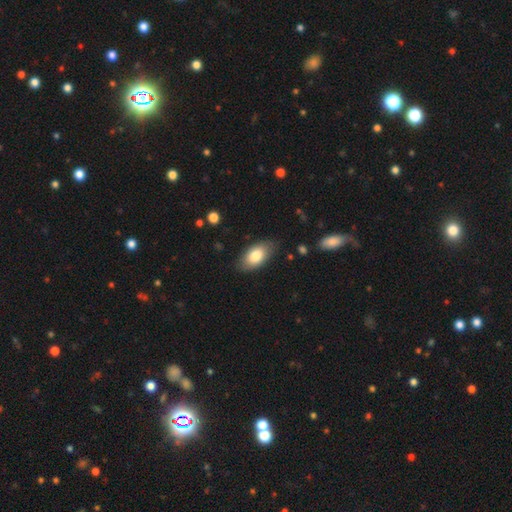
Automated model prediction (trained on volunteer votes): smooth-or-featured: smooth: 81% | featured or disk: 13% | star or artifact: 6%
  how-rounded: in between: 93% | round: 4% | cigar-shaped: 3%
  merging: none: 82% | minor disturbance: 14% | major disturbance: 3% | merger: 1%